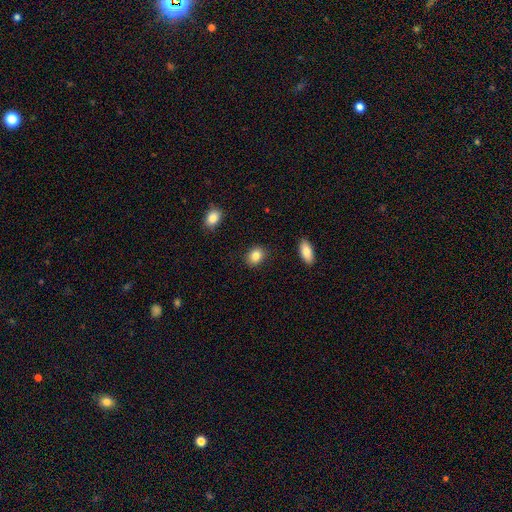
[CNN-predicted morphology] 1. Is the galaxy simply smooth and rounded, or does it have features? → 86% smooth, 9% star or artifact, 6% featured or disk.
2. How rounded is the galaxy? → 58% in between, 41% round, 1% cigar-shaped.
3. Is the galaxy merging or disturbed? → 87% none, 9% minor disturbance, 2% major disturbance, 2% merger.